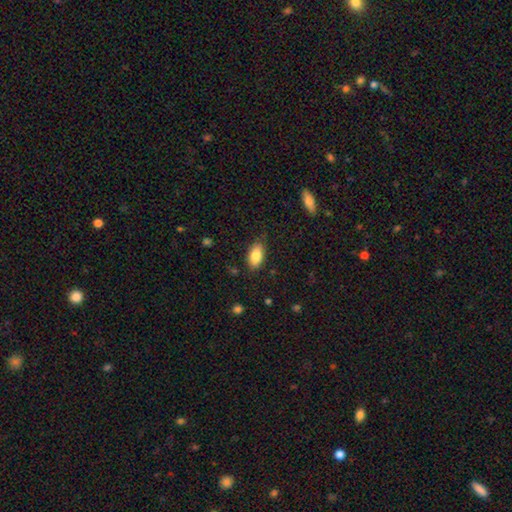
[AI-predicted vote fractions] smooth-or-featured: smooth: 84% | featured or disk: 9% | star or artifact: 7%
  how-rounded: in between: 91% | cigar-shaped: 6% | round: 3%
  merging: none: 82% | minor disturbance: 14% | major disturbance: 3% | merger: 1%